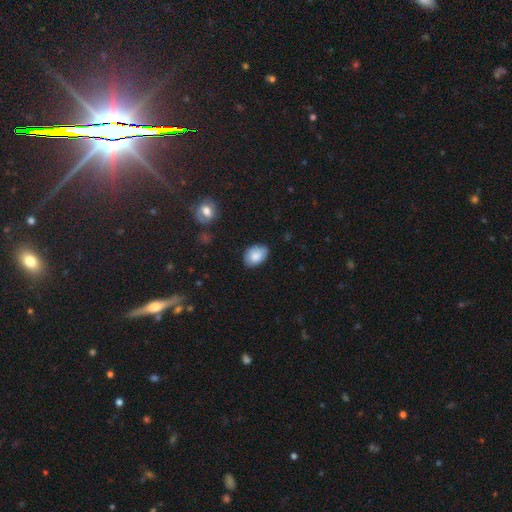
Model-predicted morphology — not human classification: Smooth or featured? smooth (82%)
How rounded? in between (80%)
Merging? none (72%)